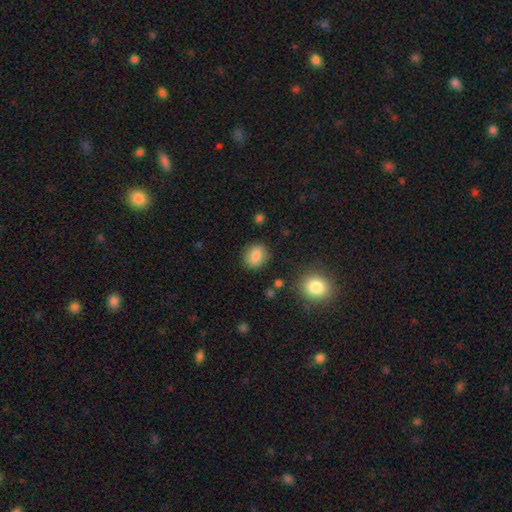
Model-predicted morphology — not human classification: smooth-or-featured: smooth: 84% | star or artifact: 9% | featured or disk: 7%
  how-rounded: in between: 52% | round: 47% | cigar-shaped: 1%
  merging: none: 83% | minor disturbance: 11% | major disturbance: 3% | merger: 2%